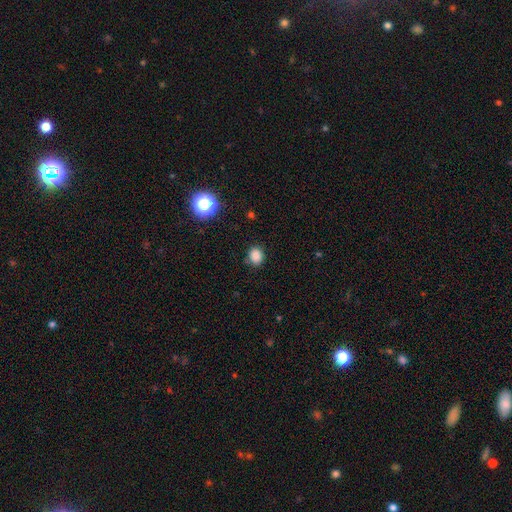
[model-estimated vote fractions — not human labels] A smooth galaxy with no disk features (84%) that is round (57%). Merging: none (82%).